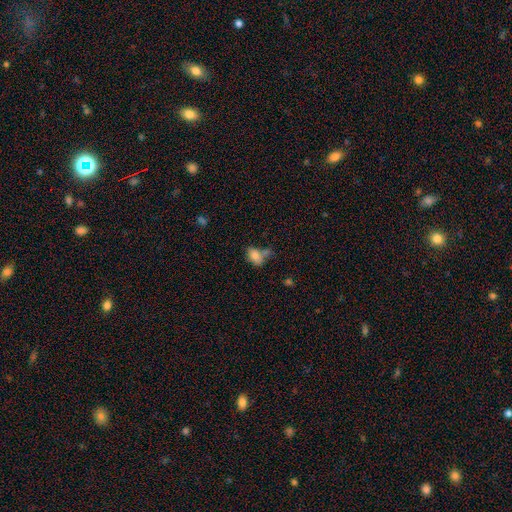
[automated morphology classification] Q: Smooth or featured?
A: smooth (78%); runner-up: featured or disk (12%)
Q: How rounded?
A: in between (85%); runner-up: round (13%)
Q: Merging?
A: none (39%); runner-up: merger (26%)